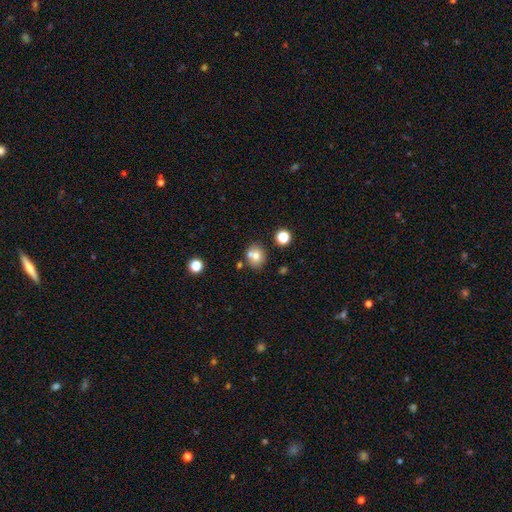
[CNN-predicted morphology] This is likely a smooth galaxy (72%). How rounded: likely round (68%). Merging: likely none (61%).